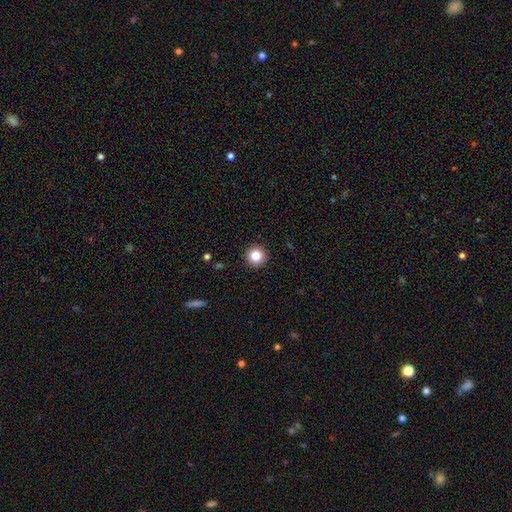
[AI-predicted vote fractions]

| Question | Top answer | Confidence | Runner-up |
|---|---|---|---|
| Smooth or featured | smooth | 85% | star or artifact (10%) |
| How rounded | round | 95% | in between (4%) |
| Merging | none | 93% | minor disturbance (4%) |